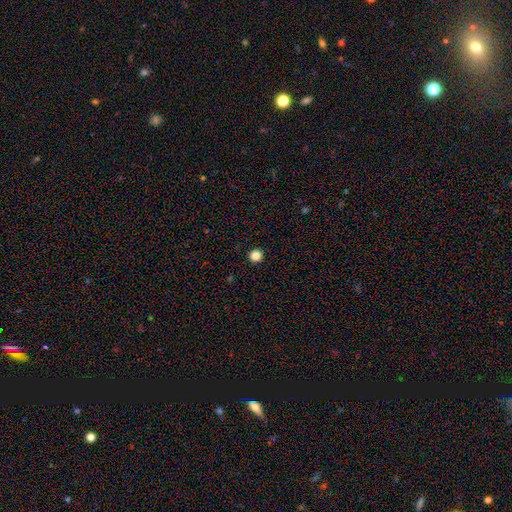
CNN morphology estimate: smooth 85%, star or artifact 12%, featured or disk 3%. Down the decision tree: how rounded — round (95%); merging — none (94%).